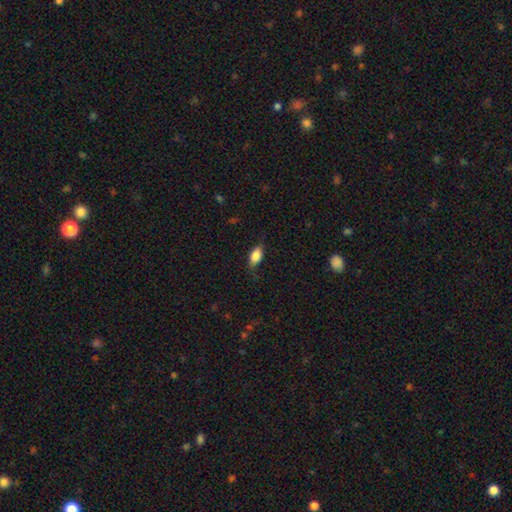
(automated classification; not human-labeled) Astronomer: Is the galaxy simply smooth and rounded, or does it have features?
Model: smooth — 80%.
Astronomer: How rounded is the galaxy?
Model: in between — 87%.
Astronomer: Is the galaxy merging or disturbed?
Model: none — 74%.